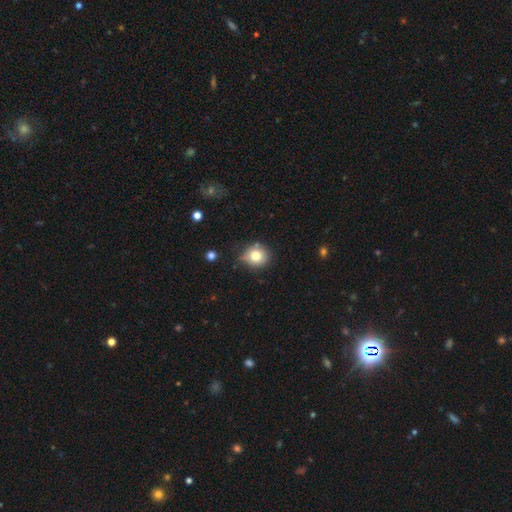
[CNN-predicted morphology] This appears to be a smooth galaxy with no disk features (77%) that is round (86%). Merging: none (70%).